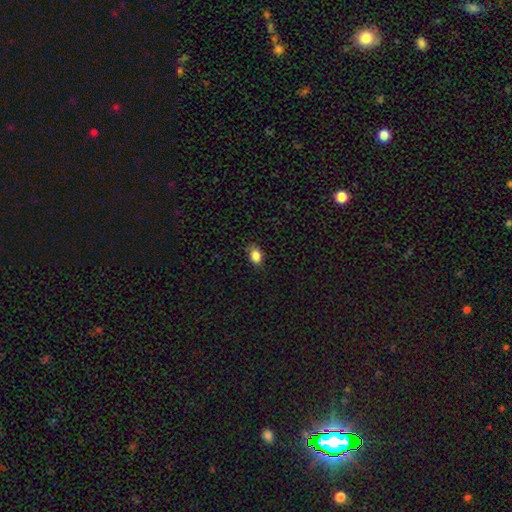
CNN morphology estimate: type=smooth (86%); roundness=in between (79%); merging=none (81%).